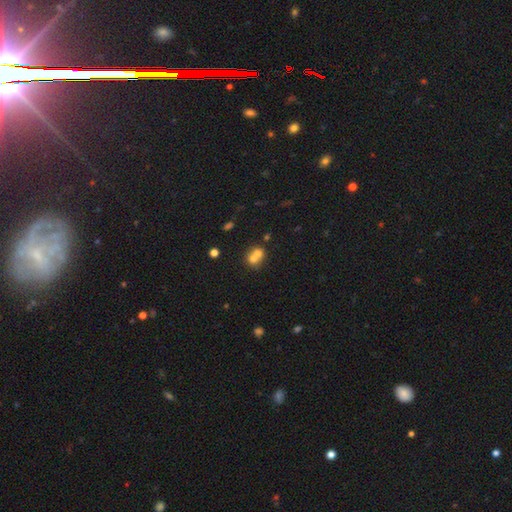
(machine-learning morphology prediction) smooth_or_featured: smooth (p=0.66) [alt: featured or disk p=0.21]
how_rounded: round (p=0.72) [alt: in between p=0.27]
merging: merger (p=0.65) [alt: none p=0.27]